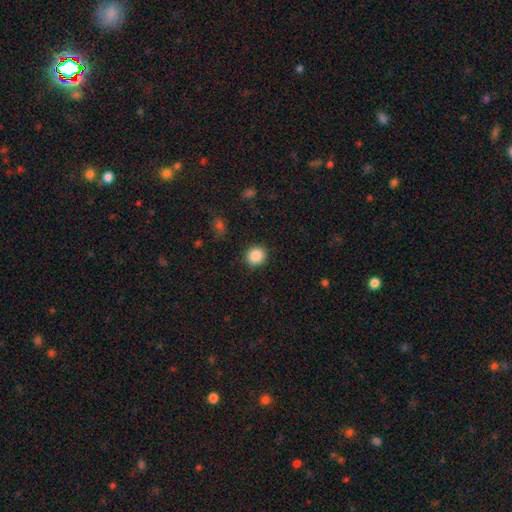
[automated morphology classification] smooth-or-featured: smooth: 88% | star or artifact: 9% | featured or disk: 3%
  how-rounded: round: 80% | in between: 19% | cigar-shaped: 1%
  merging: none: 89% | minor disturbance: 7% | major disturbance: 3% | merger: 1%